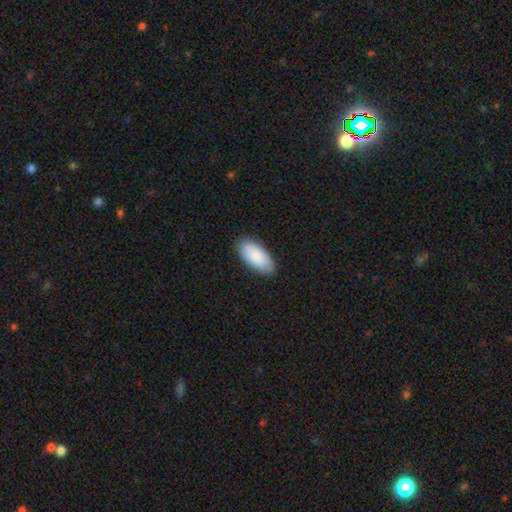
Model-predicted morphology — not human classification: Smooth or featured: smooth — 87% (featured or disk — 8%)
How rounded: in between — 92% (cigar-shaped — 6%)
Merging: none — 85% (minor disturbance — 12%)